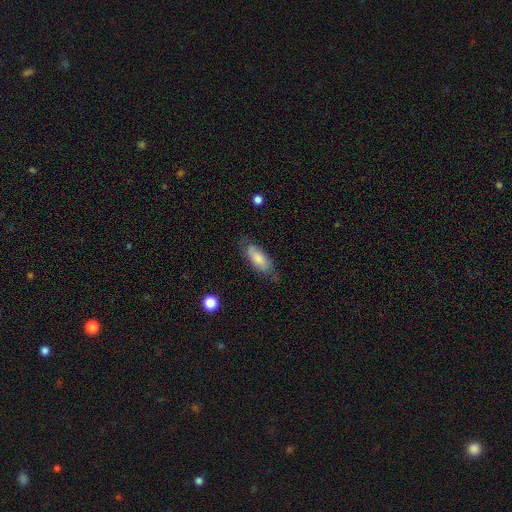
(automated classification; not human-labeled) This is likely a smooth galaxy (65%). How rounded: likely in between (73%). Merging: likely none (72%).